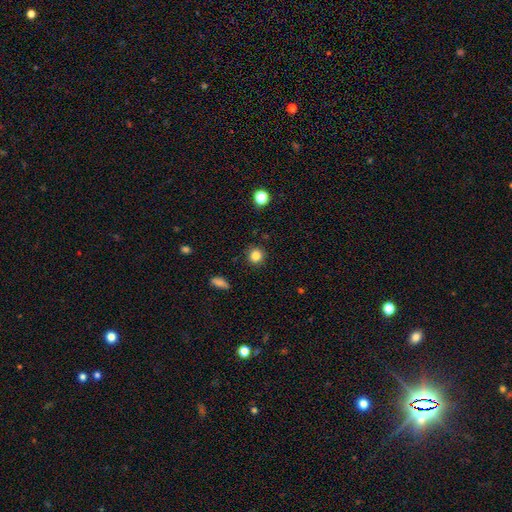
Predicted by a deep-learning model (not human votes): Morphology: type=smooth (84%); roundness=round (88%); merging=none (88%).